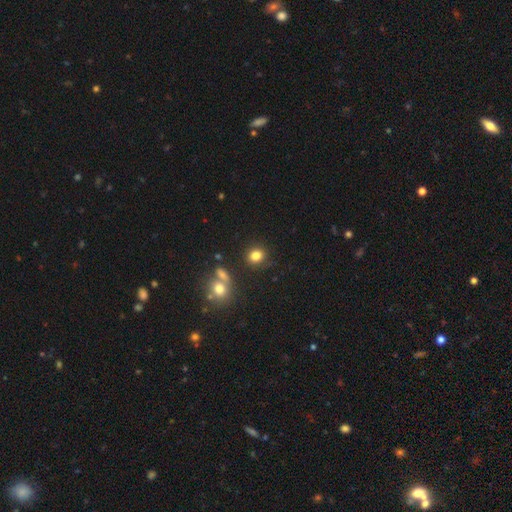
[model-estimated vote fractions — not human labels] This appears to be a smooth galaxy with no disk features (82%) that is round (69%). Merging: none (82%).